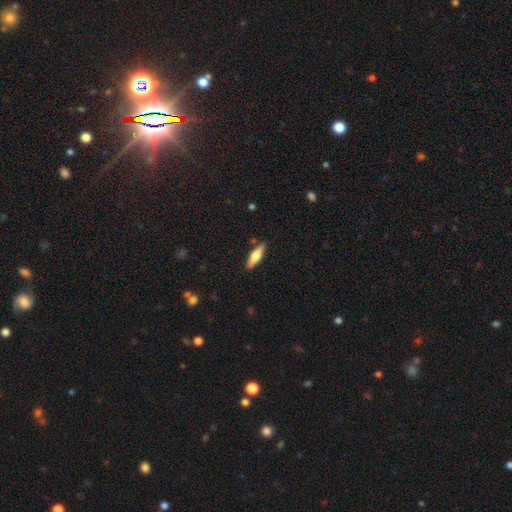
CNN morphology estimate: Smooth or featured? Predicted: smooth (p=0.57). How rounded? Predicted: cigar-shaped (p=0.60). Merging? Predicted: none (p=0.87).